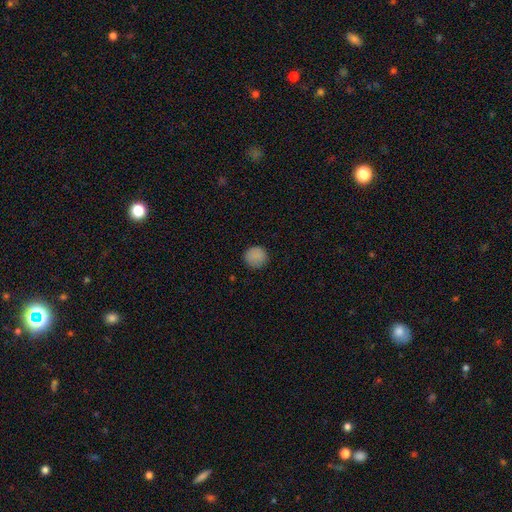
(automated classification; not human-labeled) A smooth galaxy with no disk features (86%) that is round (94%). Merging: none (89%).